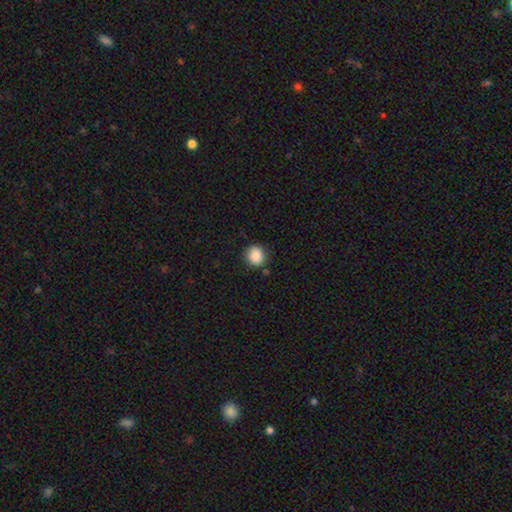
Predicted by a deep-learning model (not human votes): This appears to be a smooth galaxy with no disk features (87%) that is round (86%). Merging: none (86%).